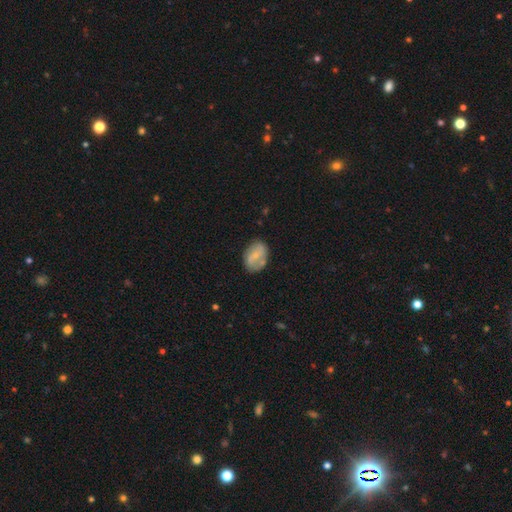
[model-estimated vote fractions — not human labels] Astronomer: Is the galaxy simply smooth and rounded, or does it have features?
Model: smooth — 49% (runner-up: featured or disk, 44%).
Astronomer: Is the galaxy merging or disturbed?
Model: none — 67%.